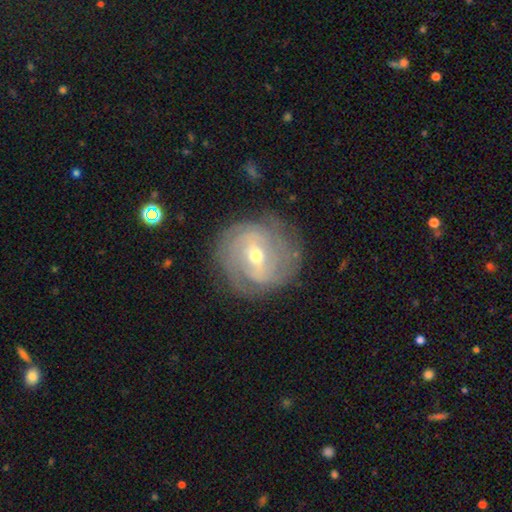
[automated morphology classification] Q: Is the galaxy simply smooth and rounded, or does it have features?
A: featured or disk — 82%.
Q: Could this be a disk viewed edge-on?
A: no — 96%.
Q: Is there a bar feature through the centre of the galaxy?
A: weak — 52%.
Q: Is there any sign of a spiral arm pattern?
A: yes — 91%.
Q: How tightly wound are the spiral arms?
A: tight — 69%.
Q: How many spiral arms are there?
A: can't tell — 37%.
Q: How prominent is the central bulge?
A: moderate — 55%.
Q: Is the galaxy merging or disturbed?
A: none — 78%.